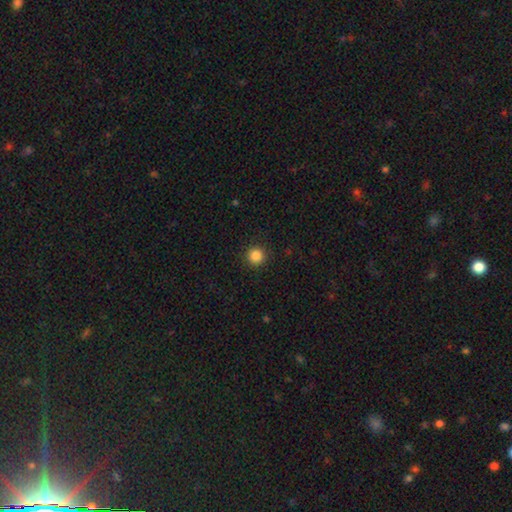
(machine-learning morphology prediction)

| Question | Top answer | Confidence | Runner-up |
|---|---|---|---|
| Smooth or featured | smooth | 86% | star or artifact (11%) |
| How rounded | round | 96% | in between (4%) |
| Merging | none | 92% | minor disturbance (5%) |